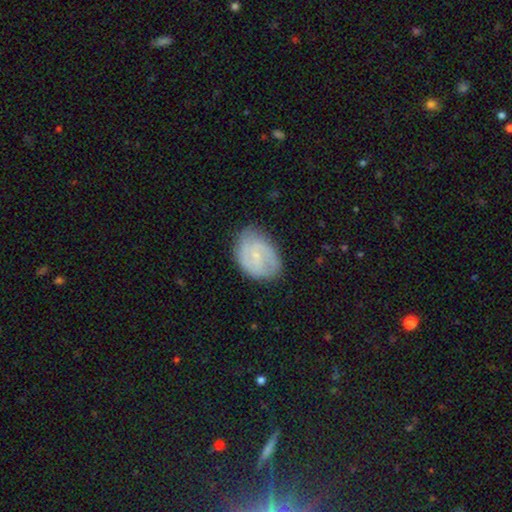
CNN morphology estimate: type=featured or disk (67%); edge-on=no (97%); bar=no (54%); spiral arms=yes (89%); winding=tight (44%); arm count=2 (52%); bulge=small (77%); merging=none (71%).